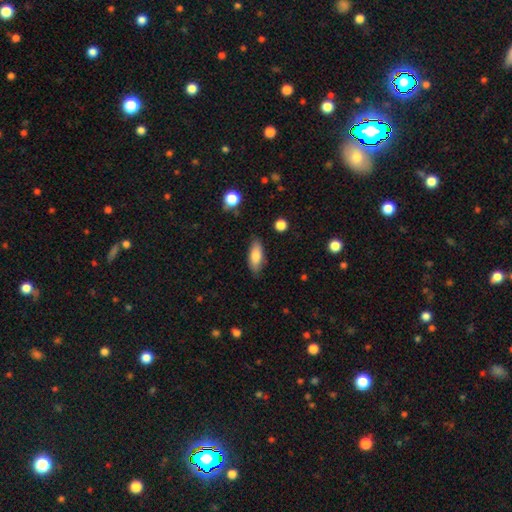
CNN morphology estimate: The model was most divided on "how rounded": in between: 74%, cigar-shaped: 23%, round: 3%. More confident: merging — none (84%); smooth or featured — smooth (80%).